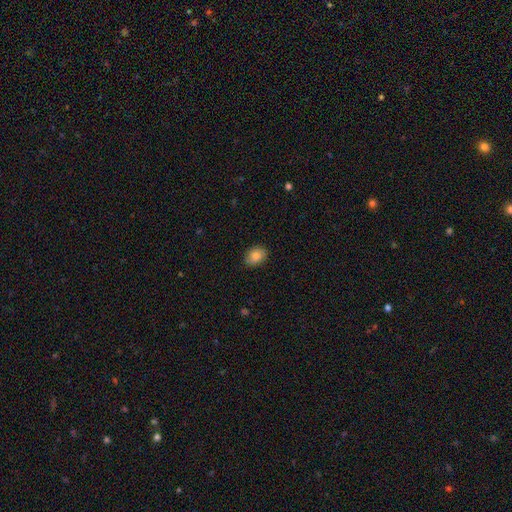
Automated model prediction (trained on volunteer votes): Smooth or featured?
  - smooth: 83% *
  - featured or disk: 9%
  - star or artifact: 8%
How rounded?
  - in between: 69% *
  - round: 30%
  - cigar-shaped: 1%
Merging?
  - none: 86% *
  - minor disturbance: 11%
  - major disturbance: 2%
  - merger: 1%